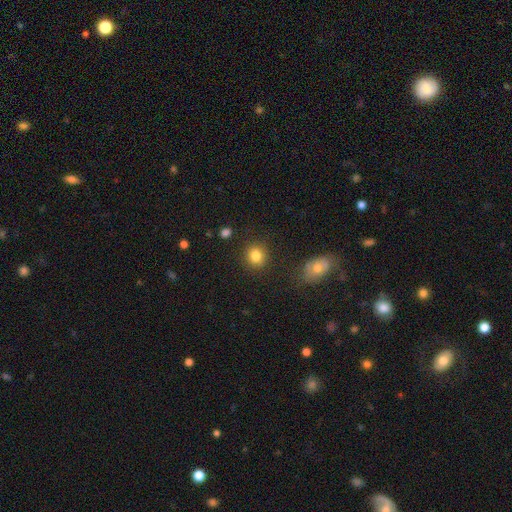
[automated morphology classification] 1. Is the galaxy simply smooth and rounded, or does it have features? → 84% smooth, 10% star or artifact, 6% featured or disk.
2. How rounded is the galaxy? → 81% round, 18% in between, 1% cigar-shaped.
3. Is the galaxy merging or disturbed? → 87% none, 8% minor disturbance, 3% major disturbance, 3% merger.